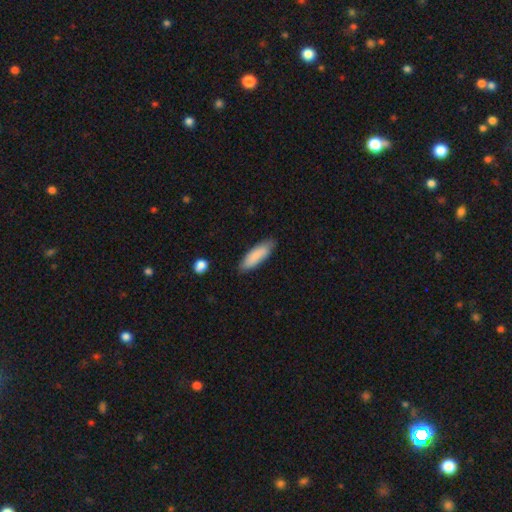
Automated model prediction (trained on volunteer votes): Morphology: type=smooth (86%); roundness=in between (51%); merging=none (81%).